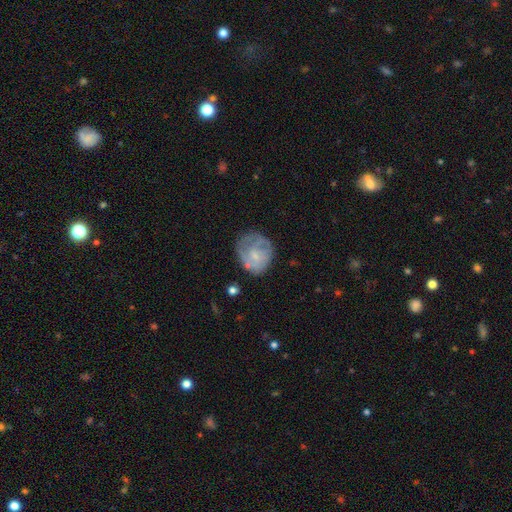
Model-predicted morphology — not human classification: Smooth or featured: featured or disk — 49% (smooth — 44%)
Merging: none — 54% (minor disturbance — 26%)